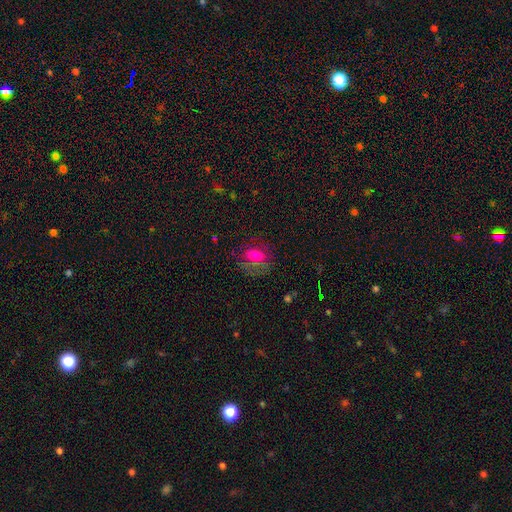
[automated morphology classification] A smooth galaxy with no disk features (60%) that is in between round and cigar-shaped (60%).

Vote fractions:
- Smooth or featured? smooth: 60% / featured or disk: 26% / star or artifact: 14%
- How rounded? in between: 60% / round: 38% / cigar-shaped: 2%
- Merging? none: 59% / minor disturbance: 21% / major disturbance: 18% / merger: 2%